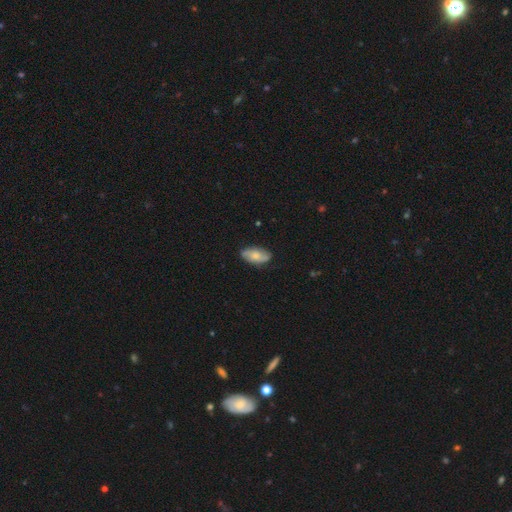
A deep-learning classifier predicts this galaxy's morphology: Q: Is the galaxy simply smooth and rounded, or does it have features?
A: smooth — 59%.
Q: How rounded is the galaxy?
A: in between — 90%.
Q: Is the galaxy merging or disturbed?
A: none — 80%.